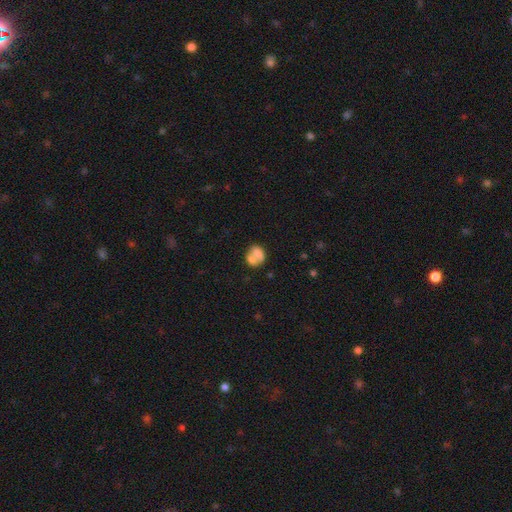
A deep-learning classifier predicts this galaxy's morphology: Smooth or featured: smooth — 68% (featured or disk — 23%)
How rounded: in between — 59% (round — 39%)
Merging: merger — 58% (none — 26%)